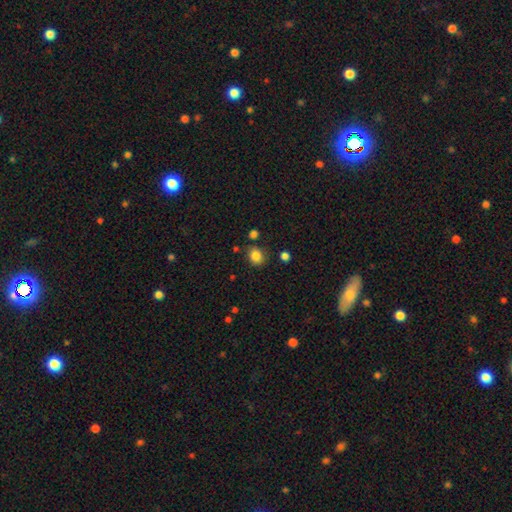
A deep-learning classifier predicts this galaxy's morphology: A smooth galaxy with no disk features (84%) that is round (65%).

Vote fractions:
- Smooth or featured? smooth: 84% / star or artifact: 11% / featured or disk: 4%
- How rounded? round: 65% / in between: 34% / cigar-shaped: 1%
- Merging? none: 77% / minor disturbance: 13% / merger: 5% / major disturbance: 4%